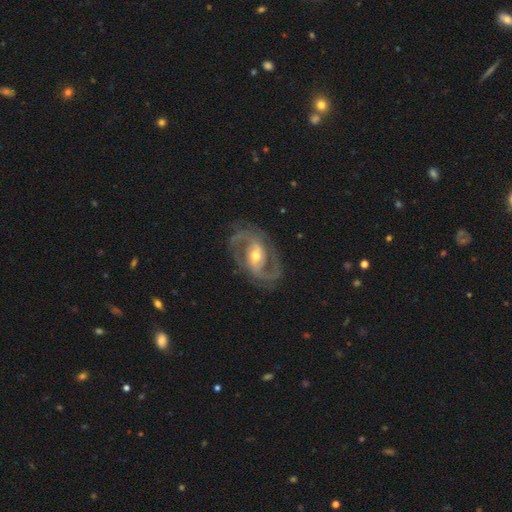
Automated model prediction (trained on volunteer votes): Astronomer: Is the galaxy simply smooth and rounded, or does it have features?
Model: featured or disk — 91%.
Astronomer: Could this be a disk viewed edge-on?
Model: no — 97%.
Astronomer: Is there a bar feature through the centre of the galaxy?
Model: weak — 43% (runner-up: no, 30%).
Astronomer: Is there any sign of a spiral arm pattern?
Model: yes — 97%.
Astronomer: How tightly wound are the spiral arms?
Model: medium — 55%.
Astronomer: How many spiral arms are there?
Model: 2 — 85%.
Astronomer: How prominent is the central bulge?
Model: moderate — 68%.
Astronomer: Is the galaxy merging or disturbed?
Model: none — 76%.